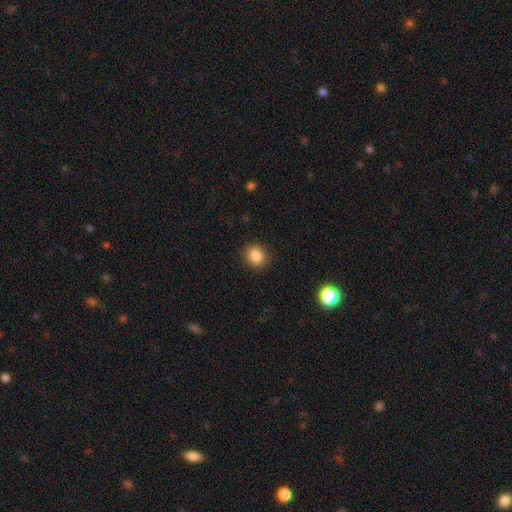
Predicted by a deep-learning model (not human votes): Overall: smooth (86%). How rounded: round (68%; in between 31%). Merging: none (89%).